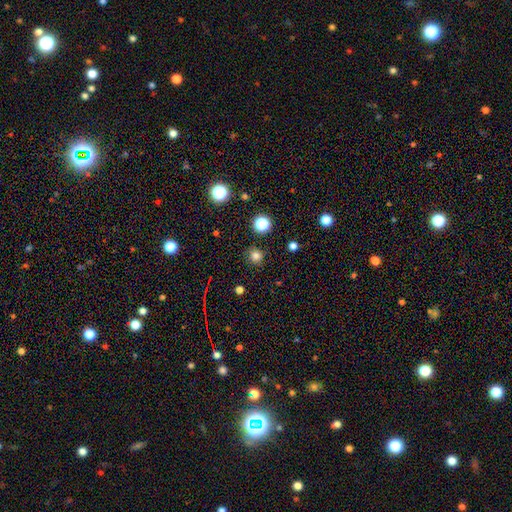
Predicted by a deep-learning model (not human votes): A smooth galaxy with no disk features (79%) that is round (91%).

Vote fractions:
- Smooth or featured? smooth: 79% / star or artifact: 17% / featured or disk: 5%
- How rounded? round: 91% / in between: 8% / cigar-shaped: 1%
- Merging? none: 88% / minor disturbance: 8% / major disturbance: 3% / merger: 2%